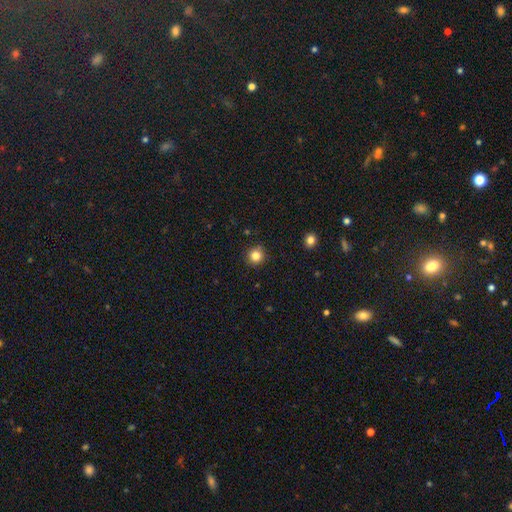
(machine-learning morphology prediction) A smooth galaxy with no disk features (83%) that is round (94%).

Vote fractions:
- Smooth or featured? smooth: 83% / star or artifact: 12% / featured or disk: 5%
- How rounded? round: 94% / in between: 5% / cigar-shaped: 1%
- Merging? none: 90% / minor disturbance: 7% / major disturbance: 2% / merger: 1%